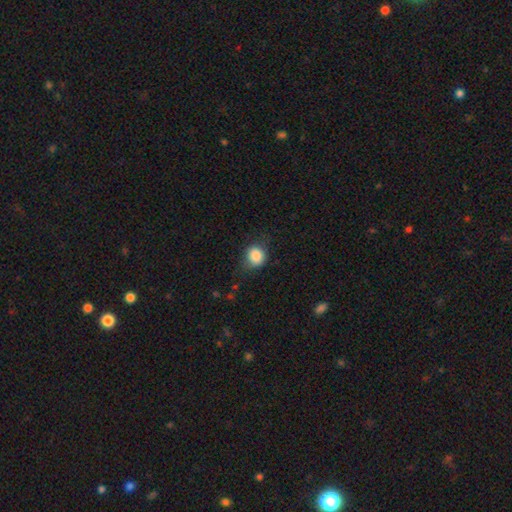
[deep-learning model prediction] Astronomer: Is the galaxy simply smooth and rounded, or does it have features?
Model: smooth — 85%.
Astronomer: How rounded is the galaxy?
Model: round — 73%.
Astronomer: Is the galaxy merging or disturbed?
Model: none — 66%.